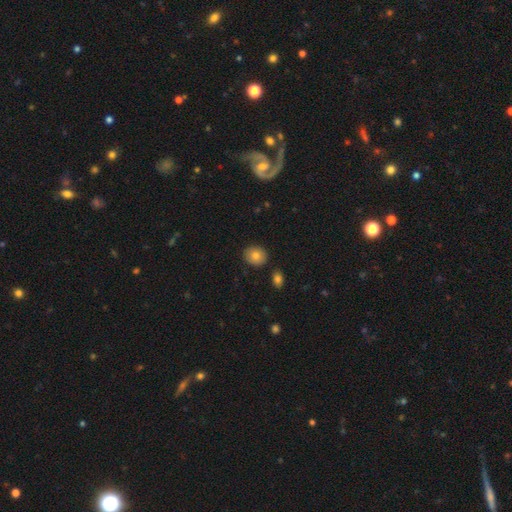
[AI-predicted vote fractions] Smooth or featured? Predicted: smooth (p=0.82). How rounded? Predicted: round (p=0.68). Merging? Predicted: none (p=0.87).